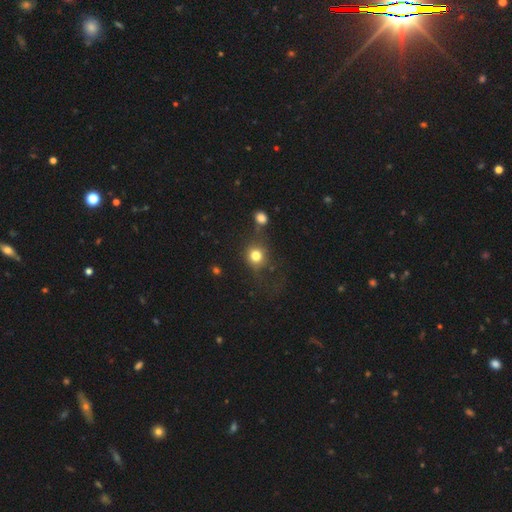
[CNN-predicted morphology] Q: Smooth or featured?
A: smooth (78%); runner-up: star or artifact (12%)
Q: How rounded?
A: round (84%); runner-up: in between (15%)
Q: Merging?
A: none (56%); runner-up: minor disturbance (18%)